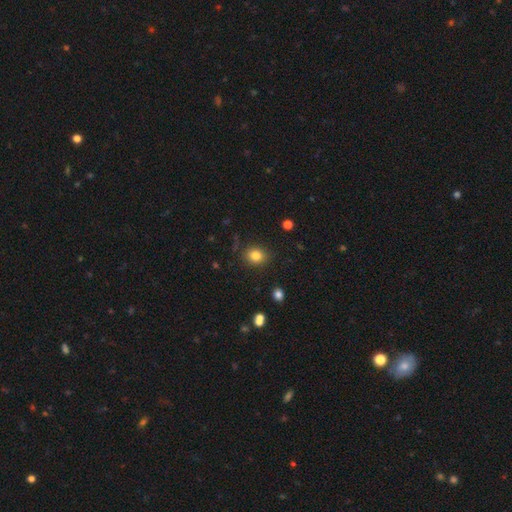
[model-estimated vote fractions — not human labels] This is clearly a smooth galaxy (82%). How rounded: likely round (67%). Merging: clearly none (86%).